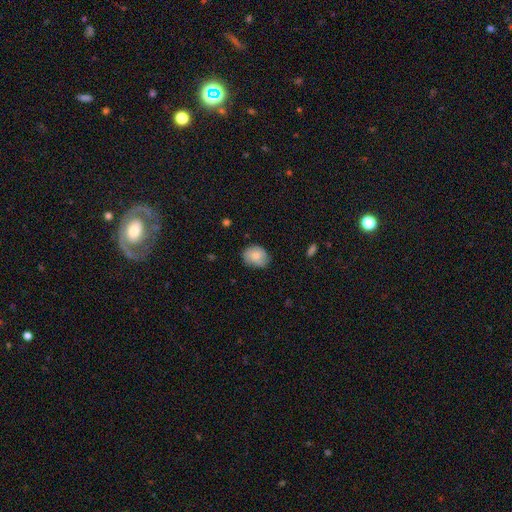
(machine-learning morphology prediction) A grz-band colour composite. It shows a smooth galaxy with no disk features (76%) that is round (51%). Merging: none (71%).